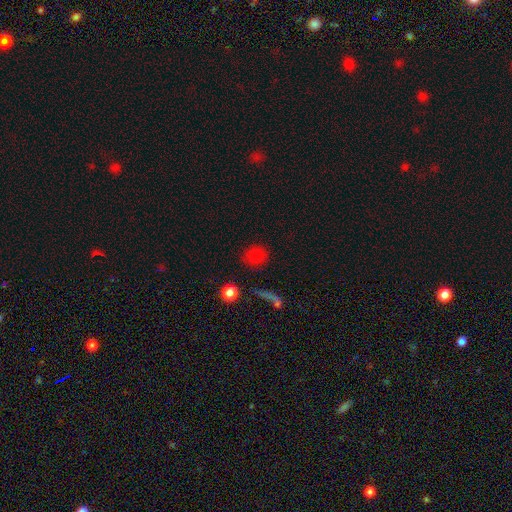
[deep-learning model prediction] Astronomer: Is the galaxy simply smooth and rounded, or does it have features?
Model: smooth — 77%.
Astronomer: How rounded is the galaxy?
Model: round — 82%.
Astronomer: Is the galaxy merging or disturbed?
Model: none — 82%.